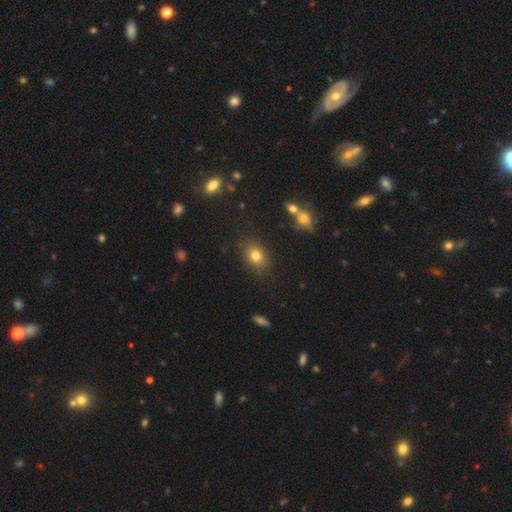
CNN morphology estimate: This is likely a smooth galaxy (78%). How rounded: likely in between (61%). Merging: clearly none (82%).